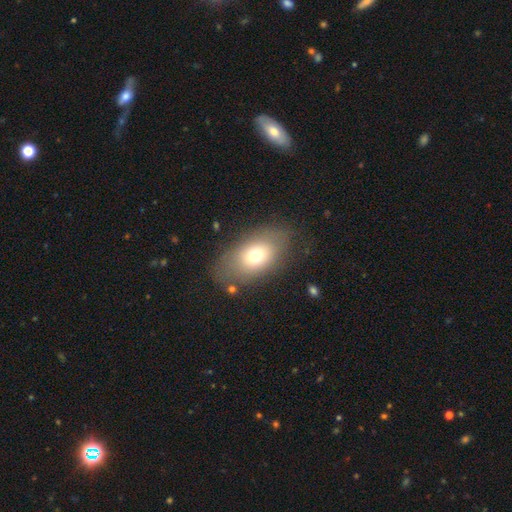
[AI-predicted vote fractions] Overall: smooth (70%). How rounded: in between (84%). Merging: none (75%).